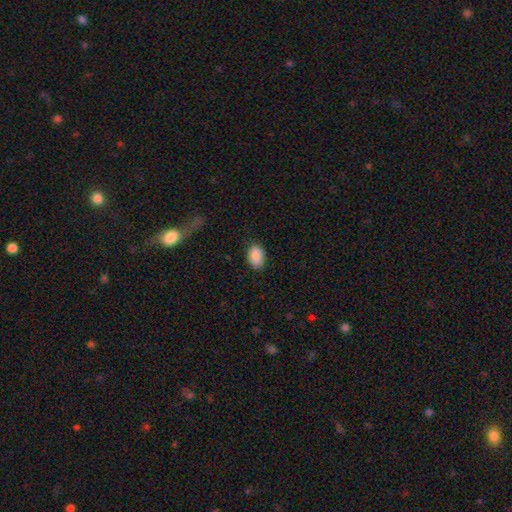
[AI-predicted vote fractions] A smooth galaxy with no disk features (90%) that is in between round and cigar-shaped (86%). Merging: none (83%).